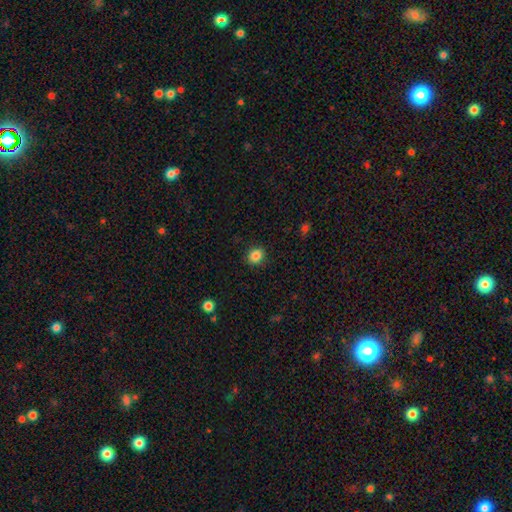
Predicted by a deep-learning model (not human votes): A smooth galaxy with no disk features (86%) that is round (77%). Merging: none (90%).